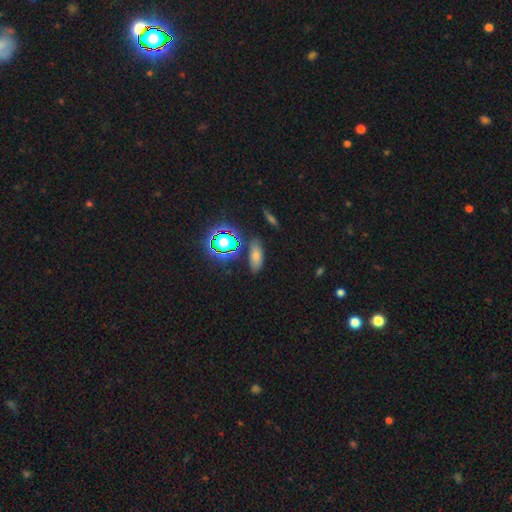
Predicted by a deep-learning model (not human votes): Smooth or featured?
  - smooth: 64% *
  - star or artifact: 23%
  - featured or disk: 13%
How rounded?
  - in between: 77% *
  - cigar-shaped: 16%
  - round: 8%
Merging?
  - none: 78% *
  - minor disturbance: 13%
  - merger: 5%
  - major disturbance: 4%